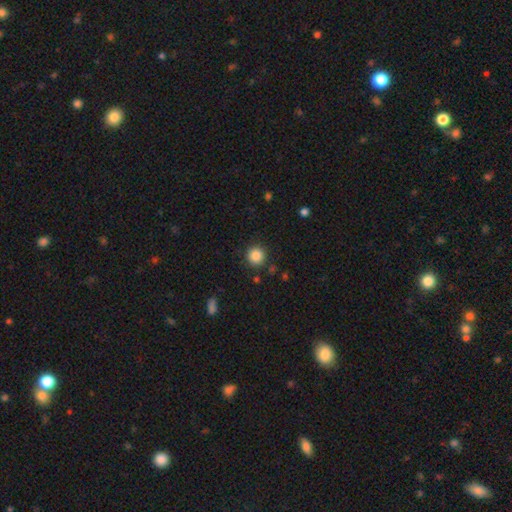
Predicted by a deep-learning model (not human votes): smooth-or-featured: smooth: 86% | star or artifact: 10% | featured or disk: 4%
  how-rounded: round: 94% | in between: 5% | cigar-shaped: 1%
  merging: none: 89% | minor disturbance: 7% | major disturbance: 2% | merger: 2%